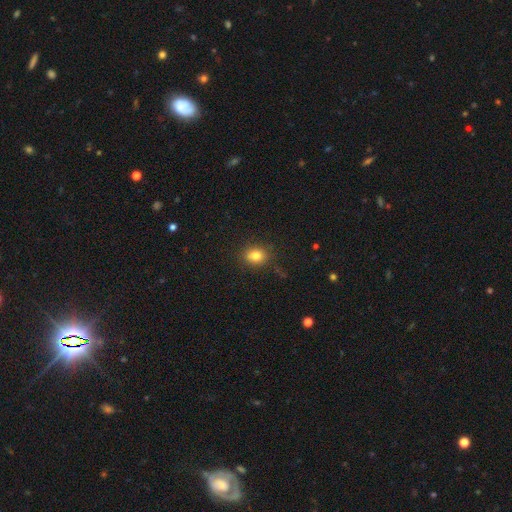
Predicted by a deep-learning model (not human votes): Overall: smooth (81%). How rounded: round (52%; in between 47%). Merging: none (84%).